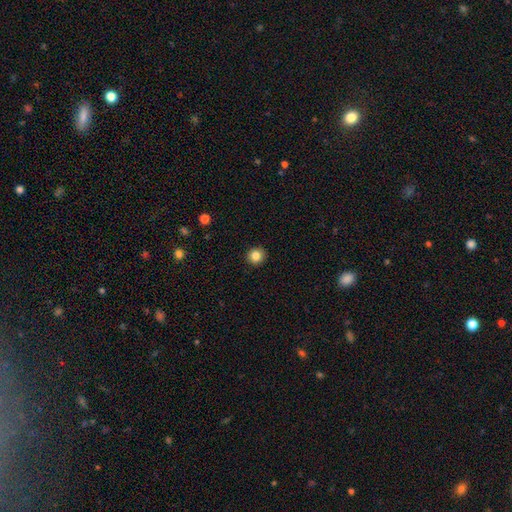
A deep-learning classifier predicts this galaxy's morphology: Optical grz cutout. It shows a smooth galaxy with no disk features (84%) that is round (90%). Merging: none (92%).